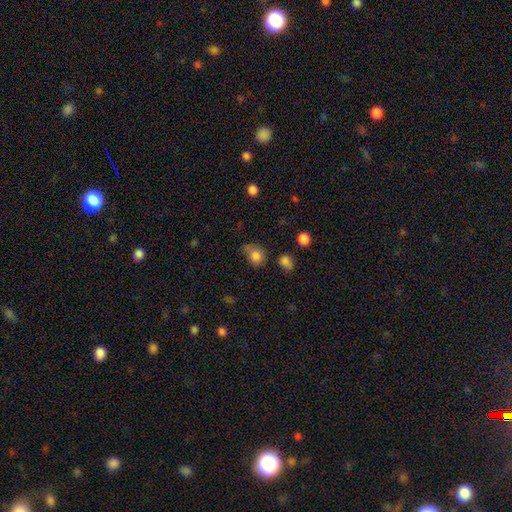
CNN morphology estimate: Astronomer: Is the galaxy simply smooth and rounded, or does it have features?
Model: smooth — 79%.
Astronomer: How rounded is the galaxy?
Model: round — 57% (runner-up: in between, 42%).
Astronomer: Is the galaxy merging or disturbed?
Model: none — 40% (runner-up: minor disturbance, 34%).